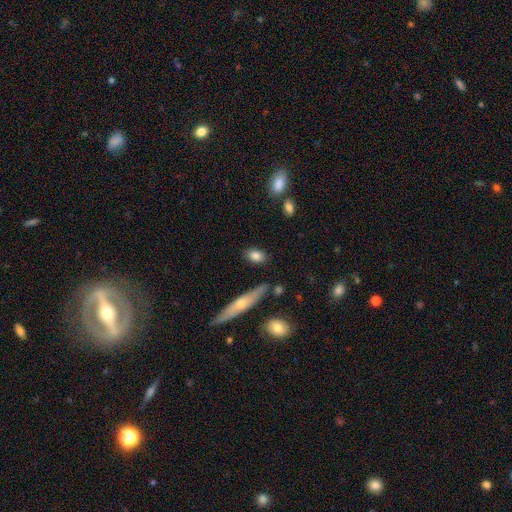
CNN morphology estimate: smooth_or_featured: smooth (p=0.81) [alt: featured or disk p=0.12]
how_rounded: in between (p=0.81) [alt: round p=0.12]
merging: none (p=0.82) [alt: minor disturbance p=0.11]